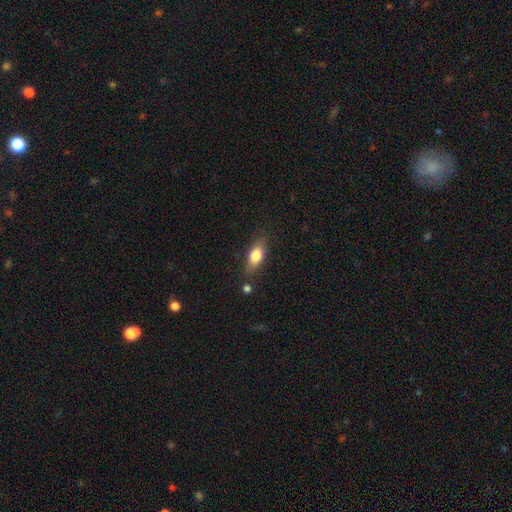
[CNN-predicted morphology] Smooth or featured?
  - smooth: 74% *
  - featured or disk: 18%
  - star or artifact: 8%
How rounded?
  - in between: 76% *
  - cigar-shaped: 17%
  - round: 7%
Merging?
  - none: 77% *
  - minor disturbance: 16%
  - major disturbance: 4%
  - merger: 3%